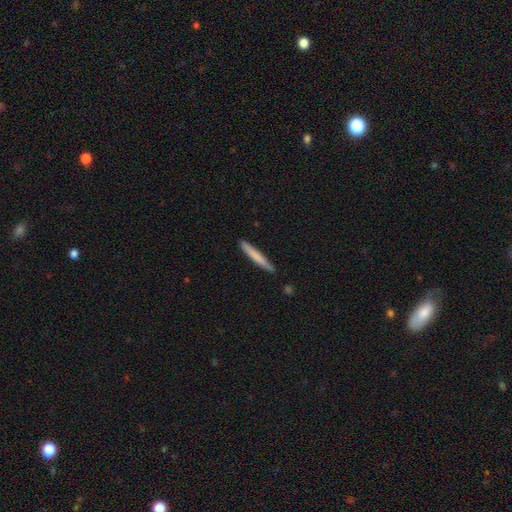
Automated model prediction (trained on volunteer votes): This is likely a smooth galaxy (74%). How rounded: clearly cigar-shaped (96%). Merging: clearly none (89%).